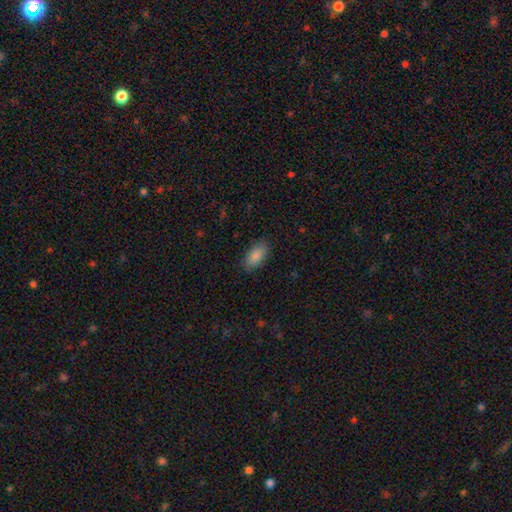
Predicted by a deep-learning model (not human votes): The model was most divided on "merging": none: 86%, minor disturbance: 11%, major disturbance: 3%, merger: 1%. More confident: how rounded — in between (92%); smooth or featured — smooth (87%).